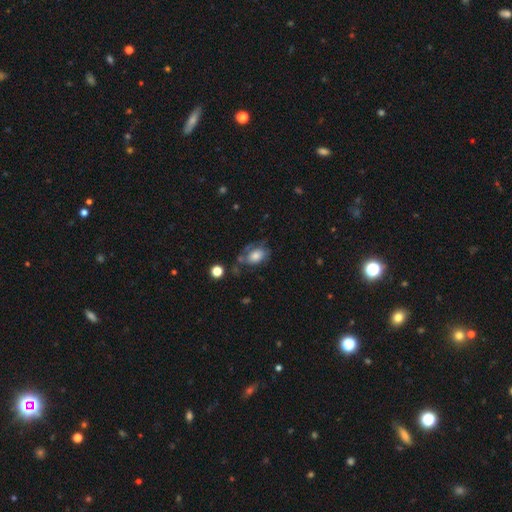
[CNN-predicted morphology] This is possibly a smooth galaxy (58%). How rounded: clearly in between (83%). Merging: marginally none (42%).